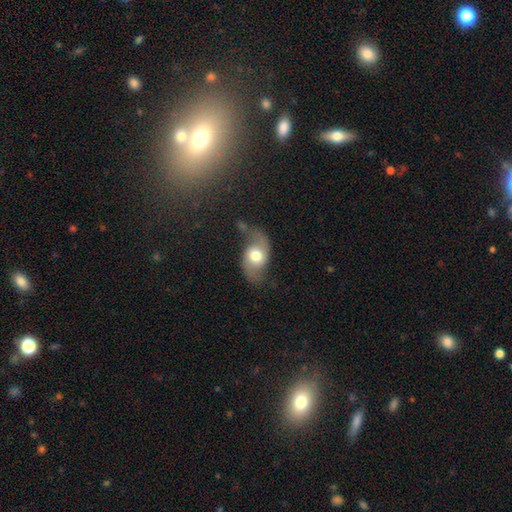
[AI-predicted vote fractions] featured or disk 57%, smooth 37%, star or artifact 7%. Down the decision tree: edge-on disk — no (94%); bar — no (67%); spiral arms — yes (80%); bulge size — moderate (60%); merging — none (49%).